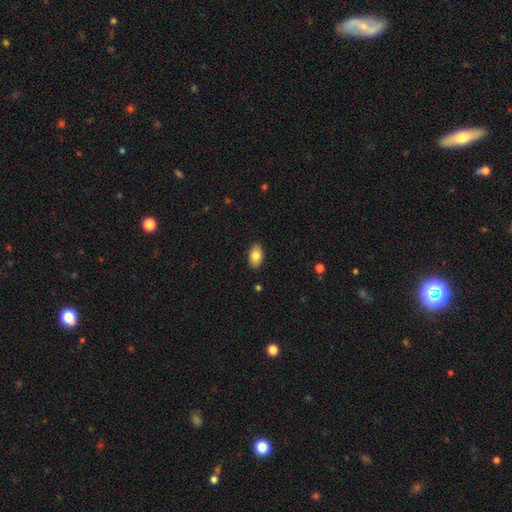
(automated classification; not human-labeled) The model was most divided on "smooth or featured": smooth: 82%, featured or disk: 11%, star or artifact: 7%. More confident: how rounded — in between (92%); merging — none (89%).